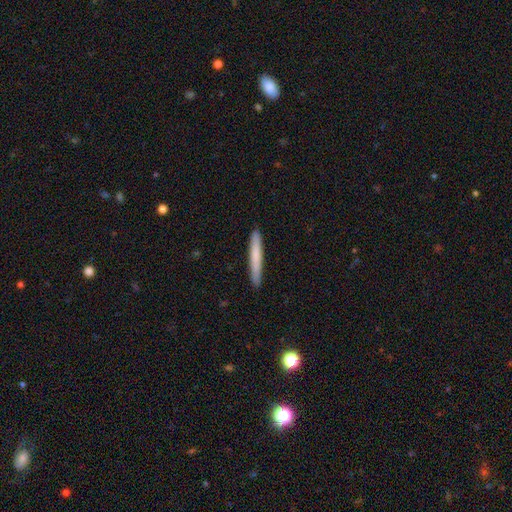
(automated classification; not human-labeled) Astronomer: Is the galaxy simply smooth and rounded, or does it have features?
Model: smooth — 71%.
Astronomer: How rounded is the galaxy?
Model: cigar-shaped — 96%.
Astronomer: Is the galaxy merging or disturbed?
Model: none — 91%.